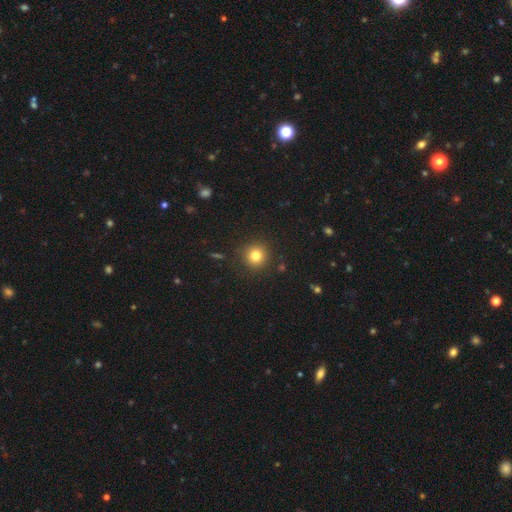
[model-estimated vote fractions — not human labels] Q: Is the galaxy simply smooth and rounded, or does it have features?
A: smooth — 81%.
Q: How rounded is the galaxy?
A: round — 93%.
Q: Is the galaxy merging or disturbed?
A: none — 90%.